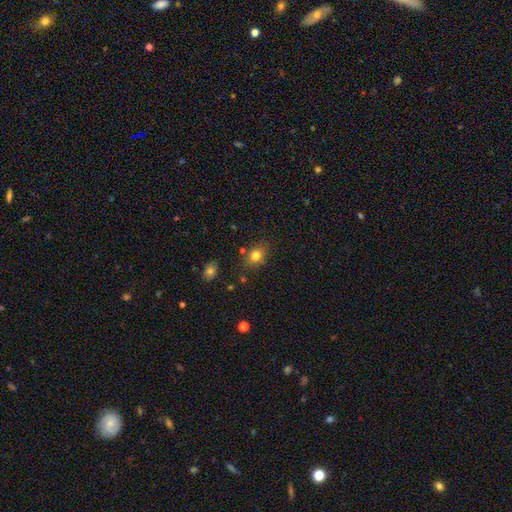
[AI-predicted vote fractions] The model was most divided on "how rounded": round: 50%, in between: 48%, cigar-shaped: 1%. More confident: smooth or featured — smooth (80%); merging — none (78%).